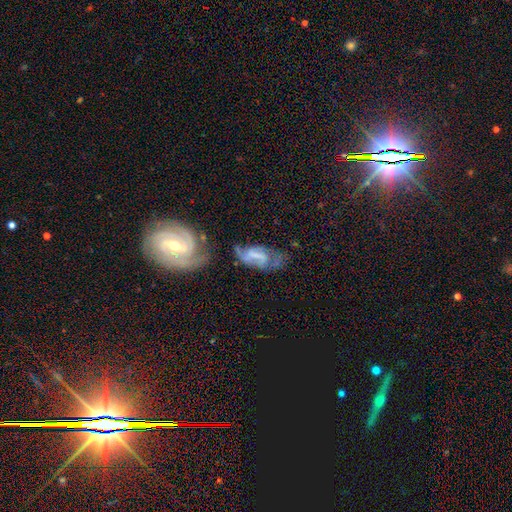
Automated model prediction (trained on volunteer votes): This is likely a featured or disk galaxy (69%). It is clearly not viewed edge-on (94%). Bar: marginally weak (45%). Spiral arm pattern: clearly yes (83%). Spiral arm count: likely 2 (64%). Spiral winding: marginally medium (45%). Central bulge: marginally none (41%). Merging: marginally none (39%).